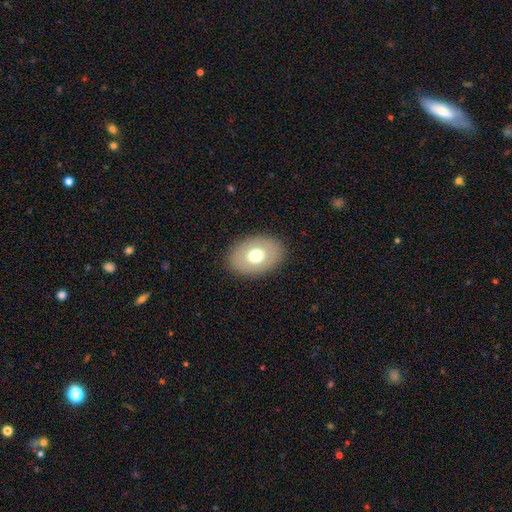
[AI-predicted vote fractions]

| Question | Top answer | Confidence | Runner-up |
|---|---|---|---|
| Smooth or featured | smooth | 66% | featured or disk (26%) |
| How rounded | in between | 77% | round (22%) |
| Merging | none | 87% | minor disturbance (9%) |